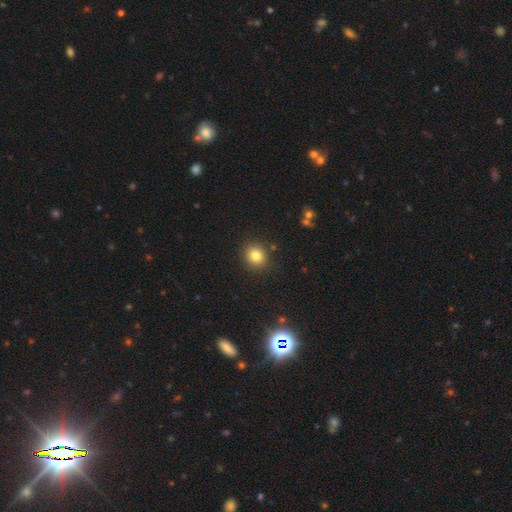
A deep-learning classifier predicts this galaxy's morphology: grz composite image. It shows a smooth galaxy with no disk features (81%) that is round (79%). Merging: none (88%).